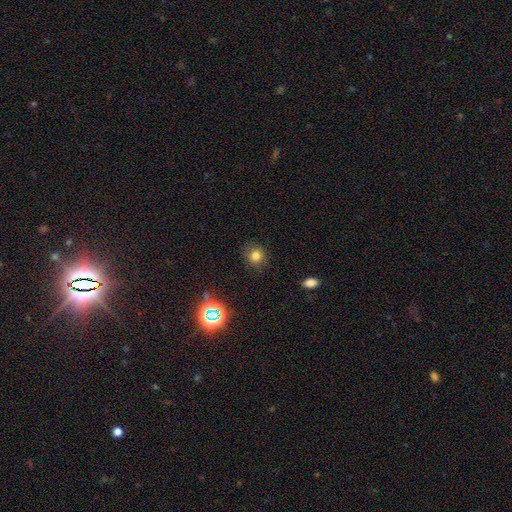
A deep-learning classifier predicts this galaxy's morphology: Q: Smooth or featured?
A: smooth (76%); runner-up: star or artifact (17%)
Q: How rounded?
A: round (81%); runner-up: in between (18%)
Q: Merging?
A: none (85%); runner-up: minor disturbance (11%)